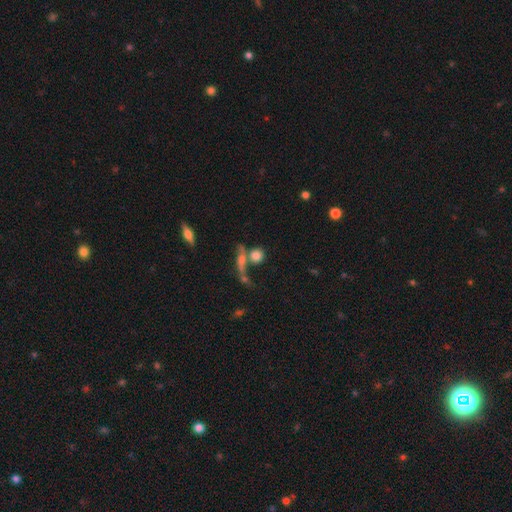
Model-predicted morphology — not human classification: smooth_or_featured: smooth (p=0.74) [alt: featured or disk p=0.14]
how_rounded: round (p=0.79) [alt: in between p=0.16]
merging: none (p=0.42) [alt: merger p=0.37]